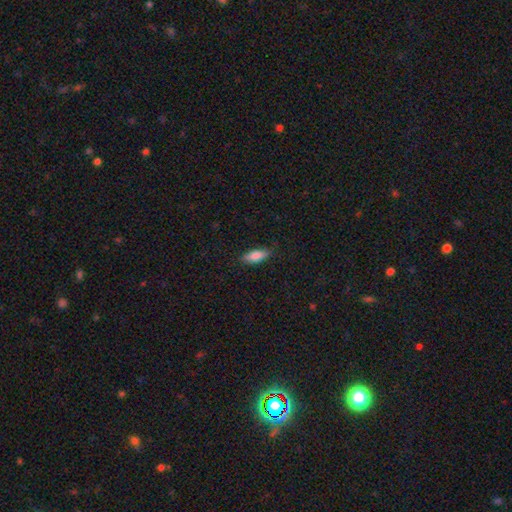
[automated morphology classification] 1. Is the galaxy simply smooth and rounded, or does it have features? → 83% smooth, 11% featured or disk, 6% star or artifact.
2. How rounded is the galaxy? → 70% in between, 28% cigar-shaped, 2% round.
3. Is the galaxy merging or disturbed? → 84% none, 12% minor disturbance, 2% major disturbance, 1% merger.